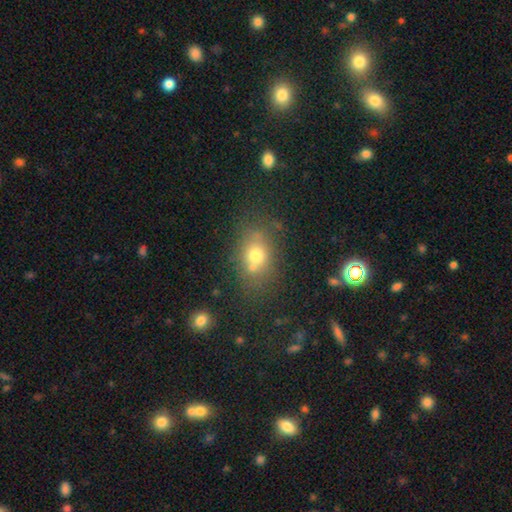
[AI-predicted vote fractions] Morphology: type=smooth (69%); roundness=in between (59%); merging=none (60%).